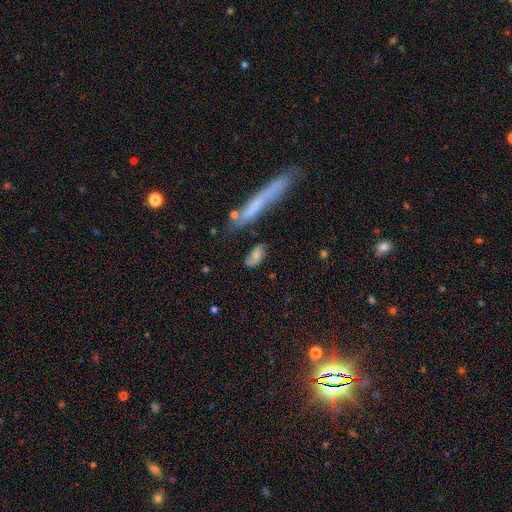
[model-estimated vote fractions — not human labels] smooth 57%, featured or disk 35%, star or artifact 9%. Down the decision tree: how rounded — in between (81%); merging — none (57%).